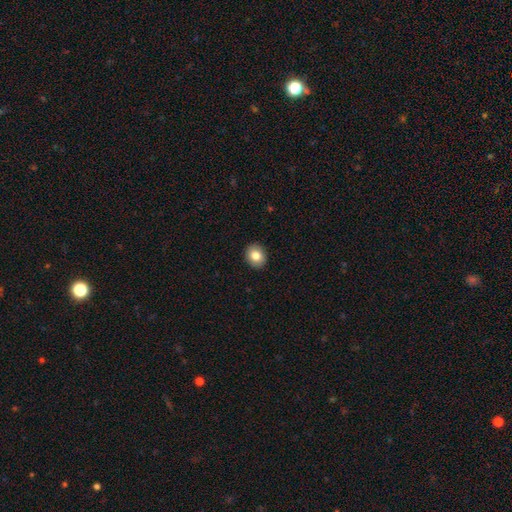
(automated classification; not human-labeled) A smooth galaxy with no disk features (83%) that is round (61%). Merging: none (92%).